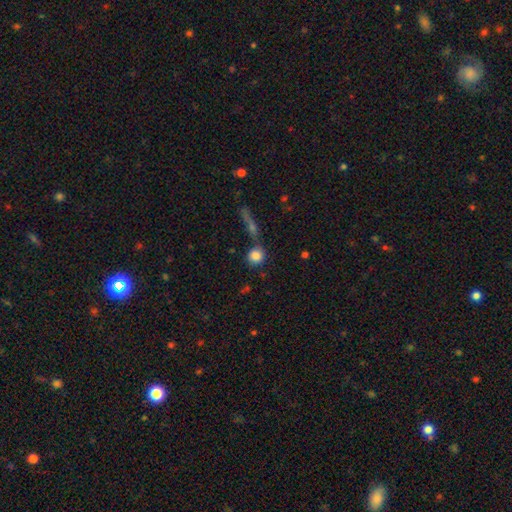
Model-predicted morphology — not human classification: Smooth or featured? Predicted: smooth (p=0.82). How rounded? Predicted: round (p=0.87). Merging? Predicted: none (p=0.67).